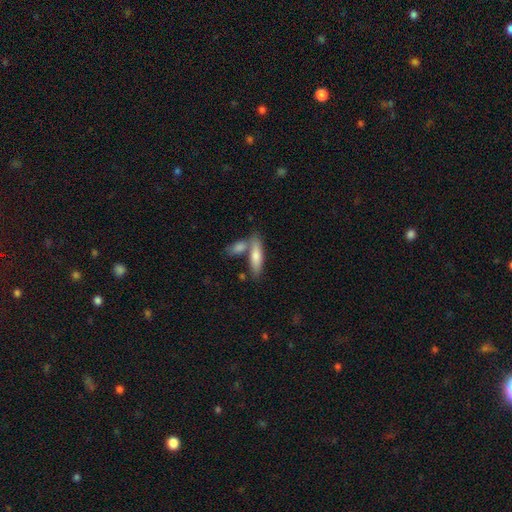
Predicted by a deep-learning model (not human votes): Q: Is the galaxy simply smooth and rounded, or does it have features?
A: smooth — 71%.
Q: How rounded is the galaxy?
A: cigar-shaped — 59%.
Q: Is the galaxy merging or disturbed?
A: none — 57%.